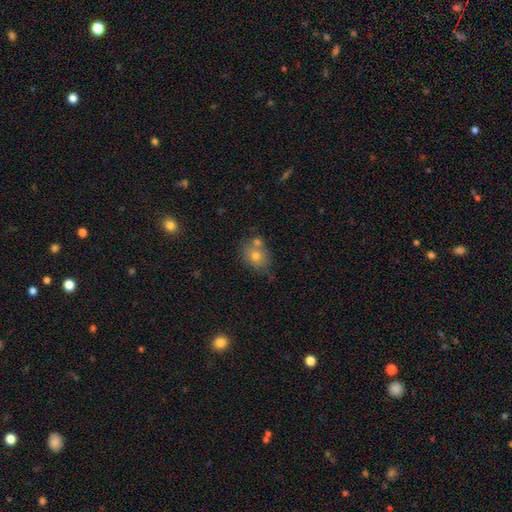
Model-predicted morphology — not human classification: This is likely a smooth galaxy (71%). How rounded: possibly round (54%). Merging: possibly none (58%).